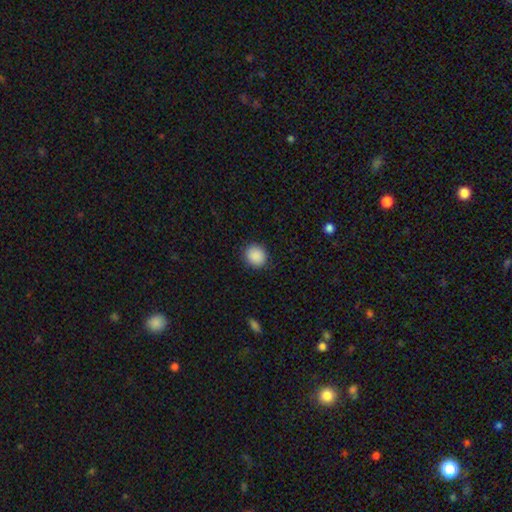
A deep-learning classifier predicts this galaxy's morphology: Smooth or featured? Predicted: smooth (p=0.90). How rounded? Predicted: round (p=0.85). Merging? Predicted: none (p=0.90).